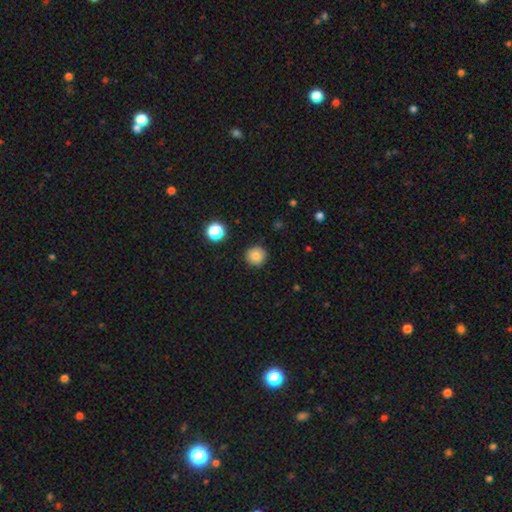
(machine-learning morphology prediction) A smooth galaxy with no disk features (84%) that is round (95%). Merging: none (90%).